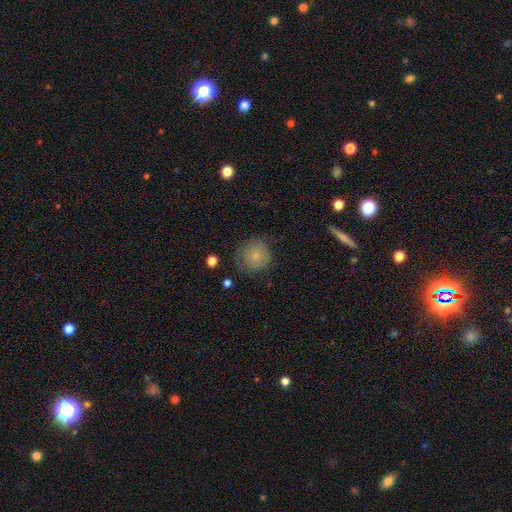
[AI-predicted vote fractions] Overall: smooth (76%). How rounded: round (91%). Merging: none (68%).